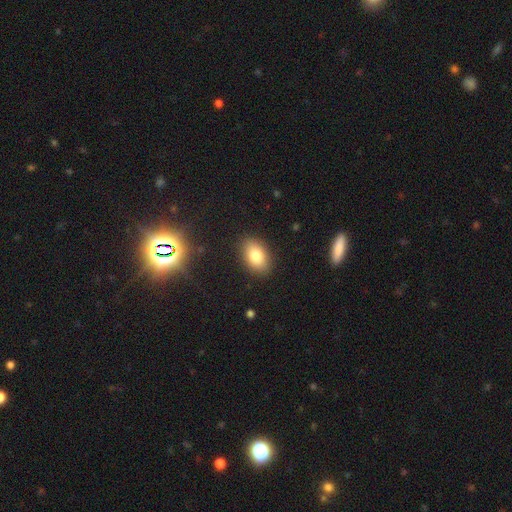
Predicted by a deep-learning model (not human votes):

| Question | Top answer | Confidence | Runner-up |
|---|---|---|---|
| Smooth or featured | smooth | 82% | featured or disk (9%) |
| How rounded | in between | 87% | round (12%) |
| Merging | none | 87% | minor disturbance (9%) |